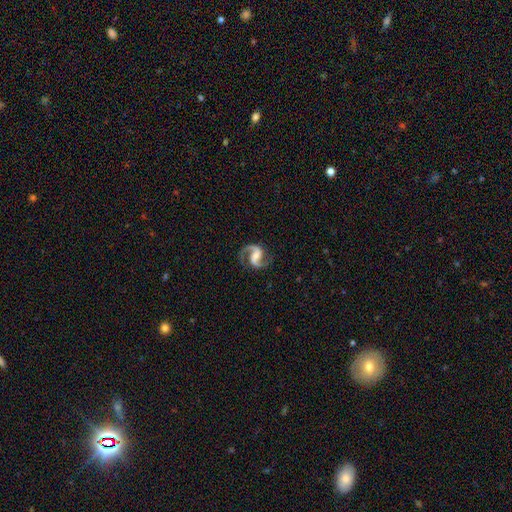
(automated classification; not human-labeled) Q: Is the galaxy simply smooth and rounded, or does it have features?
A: featured or disk — 93%.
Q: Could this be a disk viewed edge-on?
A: no — 98%.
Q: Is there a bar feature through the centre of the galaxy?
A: weak — 45%.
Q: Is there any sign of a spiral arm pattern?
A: yes — 98%.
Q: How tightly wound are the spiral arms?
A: medium — 61%.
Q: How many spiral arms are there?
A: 2 — 94%.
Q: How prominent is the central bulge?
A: moderate — 38%.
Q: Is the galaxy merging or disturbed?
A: none — 82%.